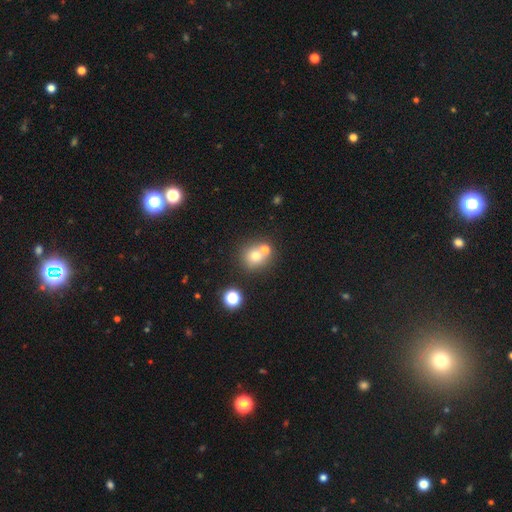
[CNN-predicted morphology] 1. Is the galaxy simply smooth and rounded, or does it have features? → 71% smooth, 15% star or artifact, 14% featured or disk.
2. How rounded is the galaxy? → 86% round, 13% in between, 1% cigar-shaped.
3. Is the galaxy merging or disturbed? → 54% none, 35% merger, 8% minor disturbance, 3% major disturbance.